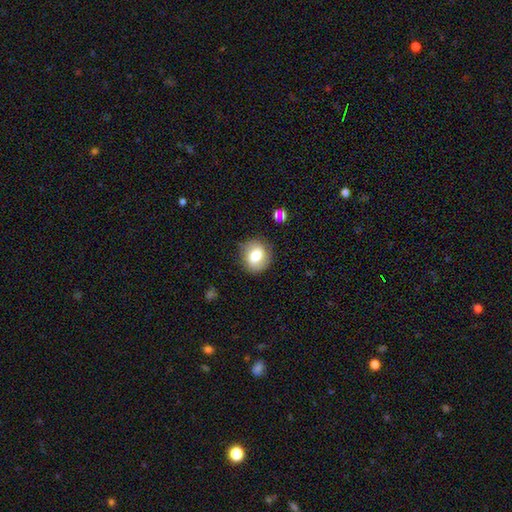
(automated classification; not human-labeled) Morphology: type=smooth (70%); roundness=round (73%); merging=none (82%).